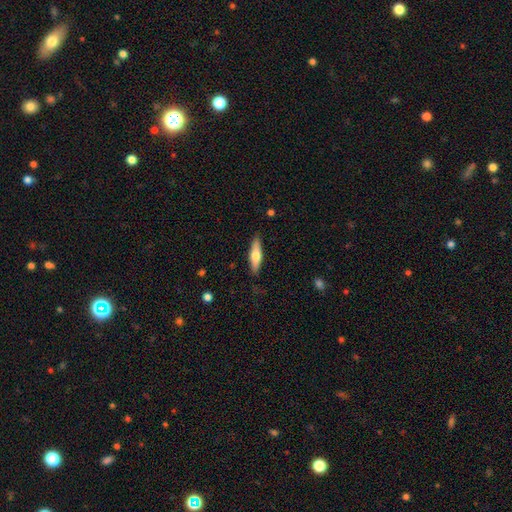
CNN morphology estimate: Q: Smooth or featured?
A: smooth (55%); runner-up: featured or disk (39%)
Q: How rounded?
A: cigar-shaped (70%); runner-up: in between (29%)
Q: Merging?
A: none (87%); runner-up: minor disturbance (10%)